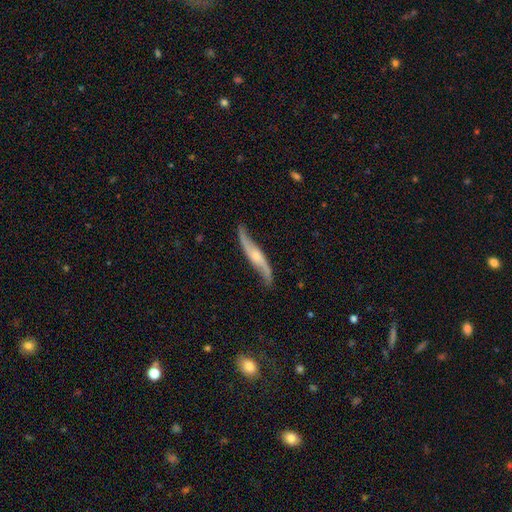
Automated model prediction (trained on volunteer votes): A featured or disk galaxy (83%) with no bar (62%), spiral arms (94%) and a small central bulge (58%).

Vote fractions:
- Smooth or featured? featured or disk: 83% / smooth: 12% / star or artifact: 5%
- Edge-on disk? no: 62% / yes: 38%
- Bar? no: 62% / weak: 26% / strong: 12%
- Spiral arms? yes: 94% / no: 6%
- Bulge size? small: 58% / moderate: 36% / none: 4% / large: 2% / dominant: 1%
- Merging? none: 76% / minor disturbance: 17% / major disturbance: 5% / merger: 2%